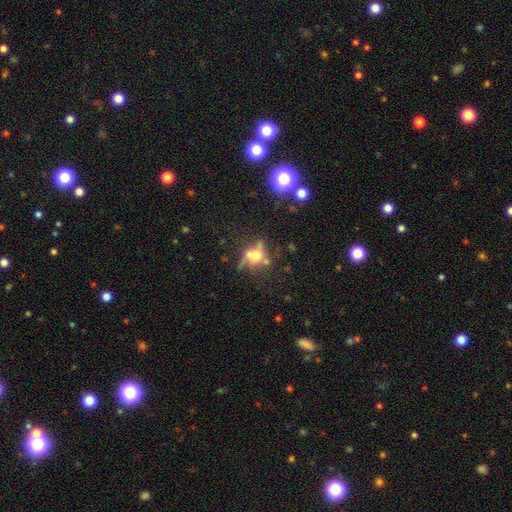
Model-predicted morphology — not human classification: Smooth or featured? featured or disk (48%)
Merging? none (46%)